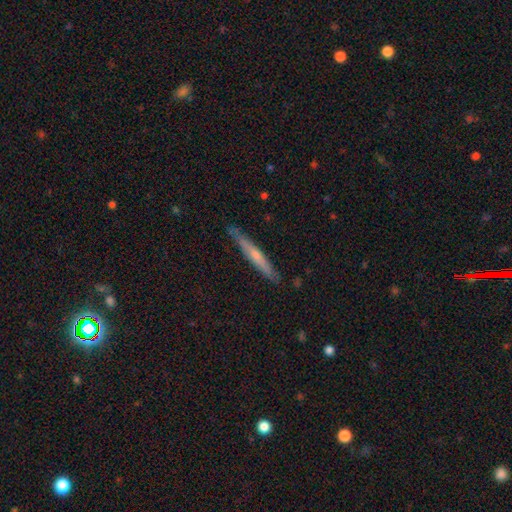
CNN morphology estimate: smooth_or_featured: featured or disk (p=0.51) [alt: smooth p=0.44]
disk_edge_on: yes (p=0.94) [alt: no p=0.06]
merging: none (p=0.86) [alt: minor disturbance p=0.11]